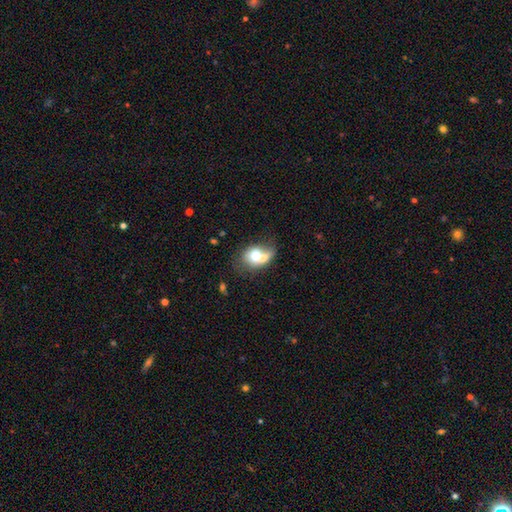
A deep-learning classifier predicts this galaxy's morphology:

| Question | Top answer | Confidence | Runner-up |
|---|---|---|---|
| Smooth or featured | smooth | 64% | featured or disk (27%) |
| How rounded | in between | 55% | round (44%) |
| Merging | merger | 59% | none (21%) |